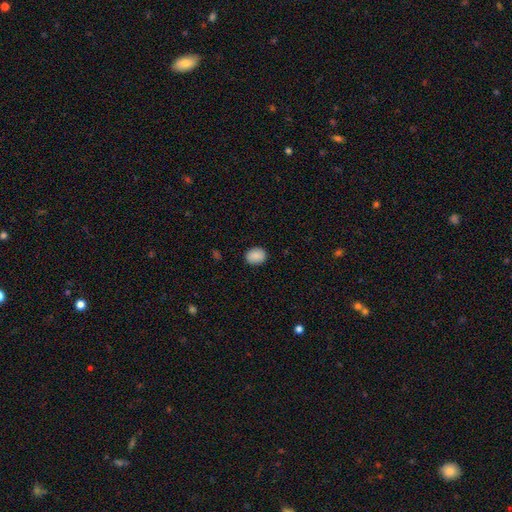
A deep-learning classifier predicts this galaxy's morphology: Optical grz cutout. It shows a smooth galaxy with no disk features (89%) that is in between round and cigar-shaped (51%). Merging: none (88%).